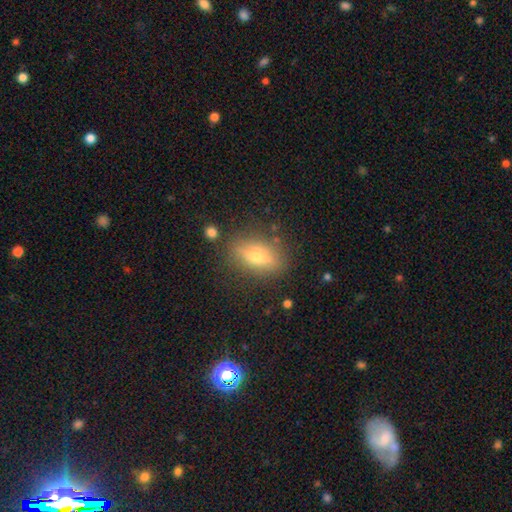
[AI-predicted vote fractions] Q: Smooth or featured?
A: featured or disk (48%); runner-up: smooth (42%)
Q: Merging?
A: none (79%); runner-up: minor disturbance (14%)